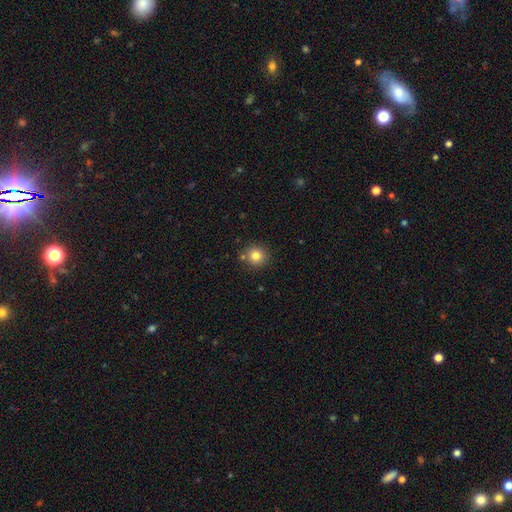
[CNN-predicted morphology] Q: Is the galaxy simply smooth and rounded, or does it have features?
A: smooth — 82%.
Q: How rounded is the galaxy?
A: round — 93%.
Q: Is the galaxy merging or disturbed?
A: none — 84%.